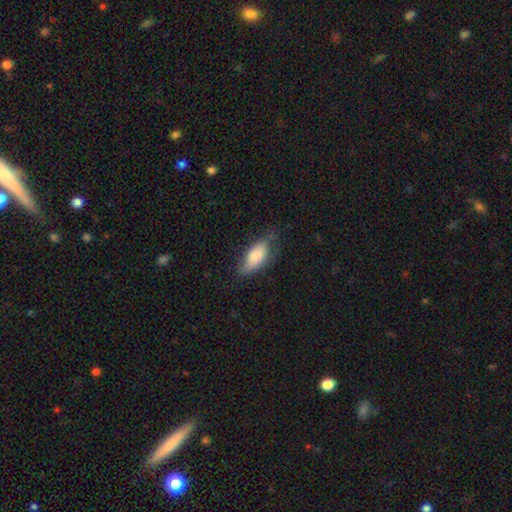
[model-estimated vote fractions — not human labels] Smooth or featured: smooth — 75% (featured or disk — 18%)
How rounded: in between — 82% (cigar-shaped — 16%)
Merging: none — 59% (minor disturbance — 30%)